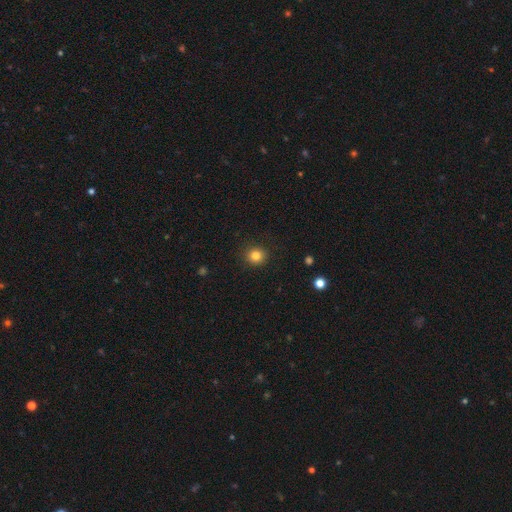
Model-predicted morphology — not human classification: The model was most divided on "smooth or featured": smooth: 83%, star or artifact: 12%, featured or disk: 6%. More confident: merging — none (91%); how rounded — round (89%).